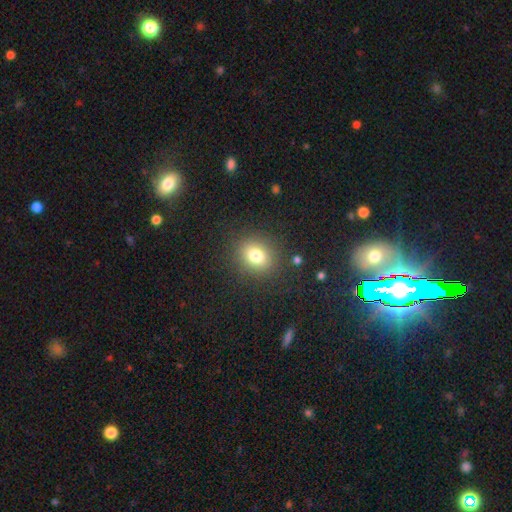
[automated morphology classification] This appears to be a smooth galaxy with no disk features (78%) that is round (69%). Merging: none (87%).